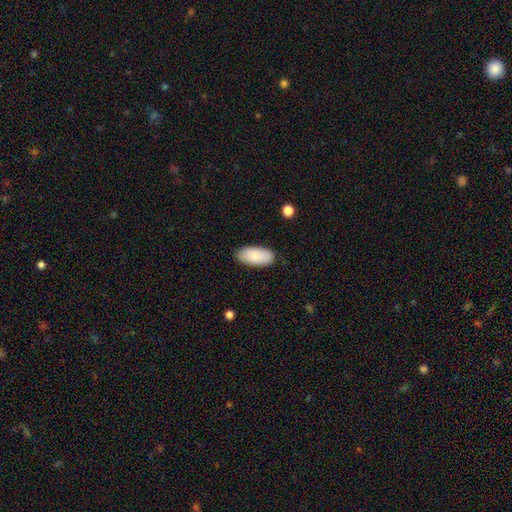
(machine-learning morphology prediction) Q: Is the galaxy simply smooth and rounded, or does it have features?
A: smooth — 85%.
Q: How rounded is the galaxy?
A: in between — 93%.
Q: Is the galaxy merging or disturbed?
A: none — 84%.